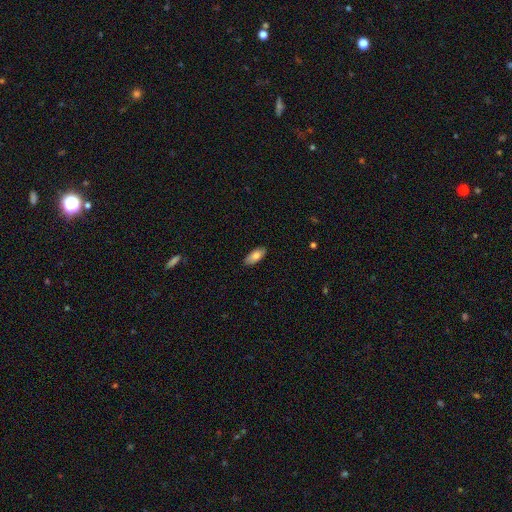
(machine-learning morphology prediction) A smooth galaxy with no disk features (80%) that is in between round and cigar-shaped (86%).

Vote fractions:
- Smooth or featured? smooth: 80% / featured or disk: 14% / star or artifact: 6%
- How rounded? in between: 86% / cigar-shaped: 12% / round: 2%
- Merging? none: 88% / minor disturbance: 10% / major disturbance: 2% / merger: 1%